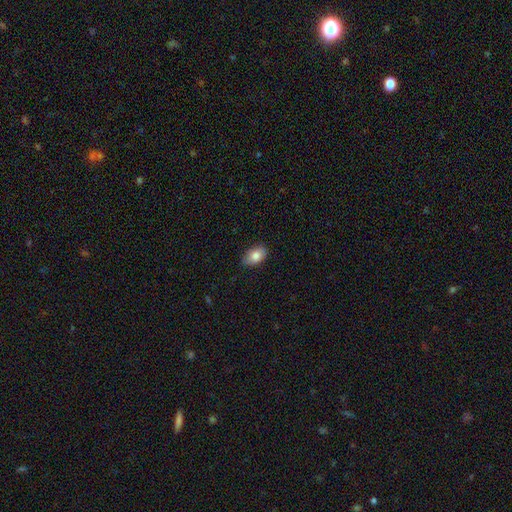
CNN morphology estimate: Q: Smooth or featured?
A: smooth (82%); runner-up: featured or disk (11%)
Q: How rounded?
A: in between (91%); runner-up: round (8%)
Q: Merging?
A: none (82%); runner-up: minor disturbance (15%)